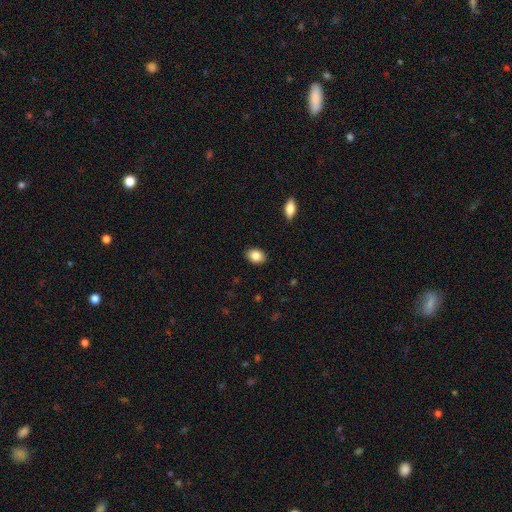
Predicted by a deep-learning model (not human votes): This is clearly a smooth galaxy (85%). How rounded: likely in between (75%). Merging: clearly none (89%).